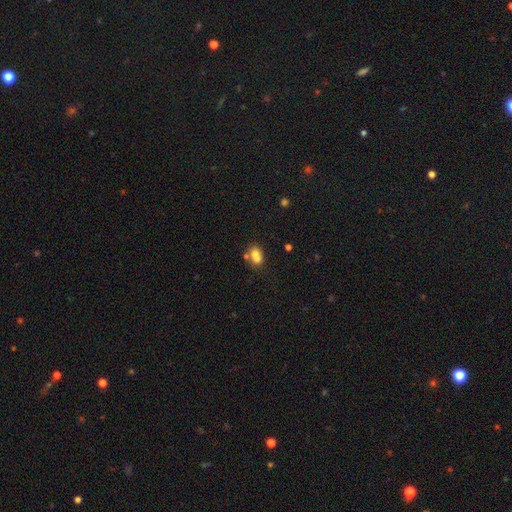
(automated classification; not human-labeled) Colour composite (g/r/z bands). It shows a smooth galaxy with no disk features (74%) that is in between round and cigar-shaped (71%). Merging: merger (43%).